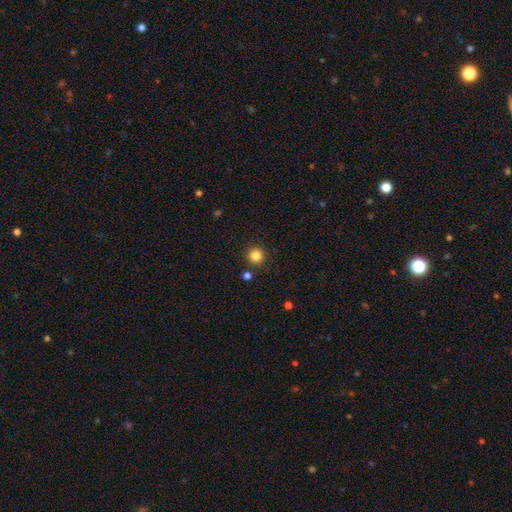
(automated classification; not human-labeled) The model was most divided on "smooth or featured": smooth: 84%, star or artifact: 12%, featured or disk: 4%. More confident: how rounded — round (95%); merging — none (89%).